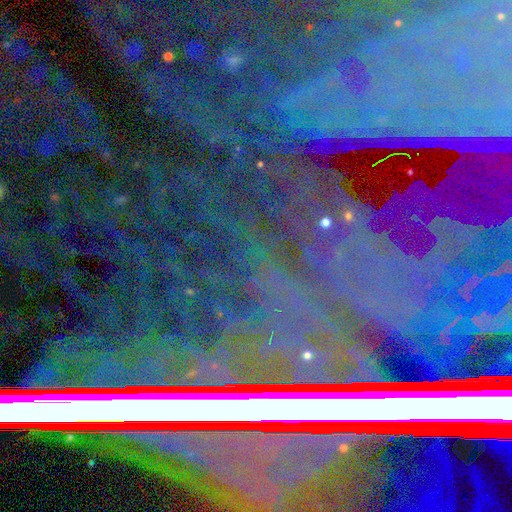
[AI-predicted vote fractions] star or artifact 85%, featured or disk 9%, smooth 6%.